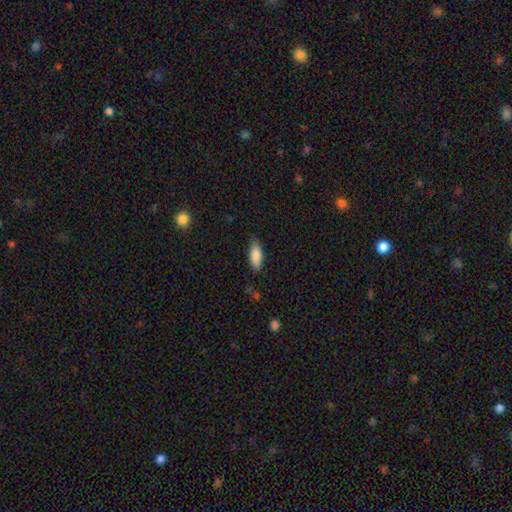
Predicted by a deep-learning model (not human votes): smooth 85%, featured or disk 9%, star or artifact 6%. Down the decision tree: how rounded — in between (78%); merging — none (76%).